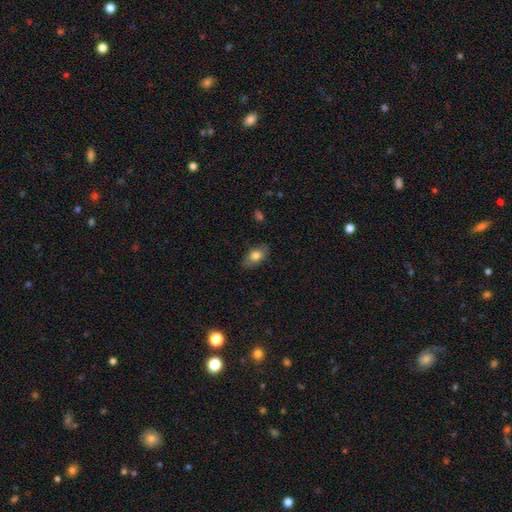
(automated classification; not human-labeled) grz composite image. It shows a smooth galaxy with no disk features (77%) that is in between round and cigar-shaped (90%). Merging: none (82%).